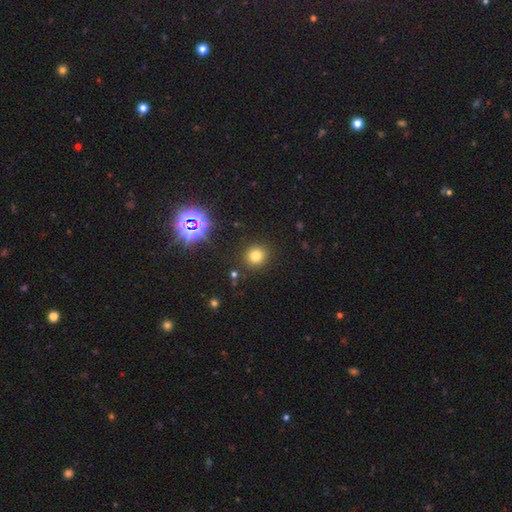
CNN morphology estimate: This is likely a smooth galaxy (75%). How rounded: clearly round (88%). Merging: clearly none (89%).